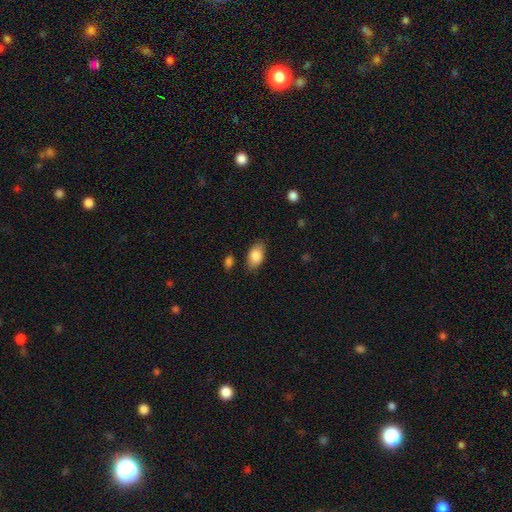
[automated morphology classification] Smooth or featured? smooth (85%)
How rounded? in between (91%)
Merging? none (78%)